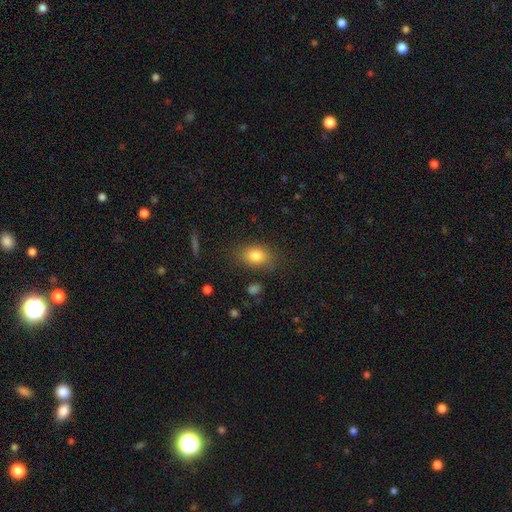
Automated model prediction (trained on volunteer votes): Smooth or featured?
  - smooth: 81% *
  - star or artifact: 10%
  - featured or disk: 9%
How rounded?
  - in between: 77% *
  - round: 21%
  - cigar-shaped: 2%
Merging?
  - none: 80% *
  - minor disturbance: 14%
  - major disturbance: 4%
  - merger: 2%